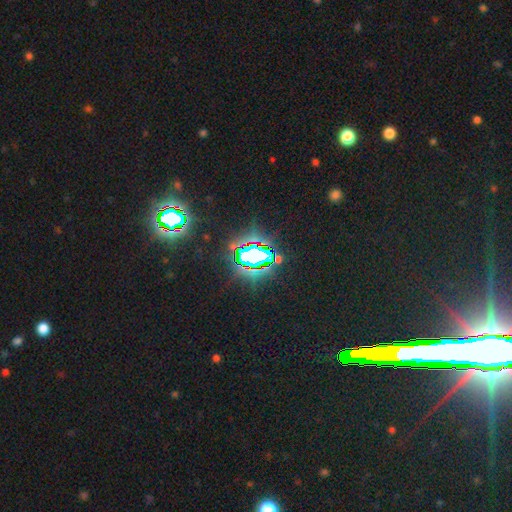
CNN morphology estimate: A star or artifact, not a galaxy (76%).